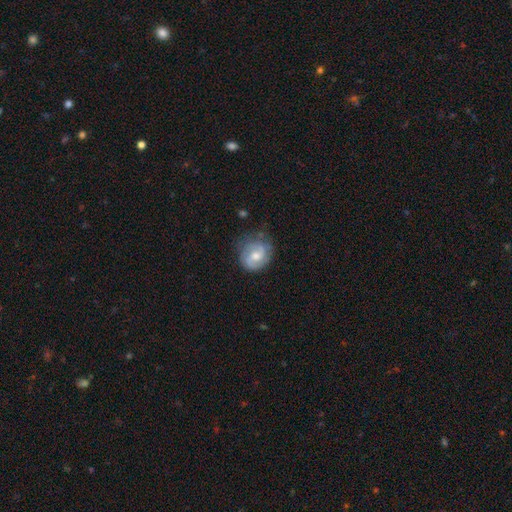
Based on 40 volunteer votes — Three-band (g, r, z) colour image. It shows a featured or disk galaxy (82%) with a weak bar (48%, tied with no), 2 (87%) tight (45%) spiral arms (94%) and a moderate central bulge (70%). Merging: none (55%).